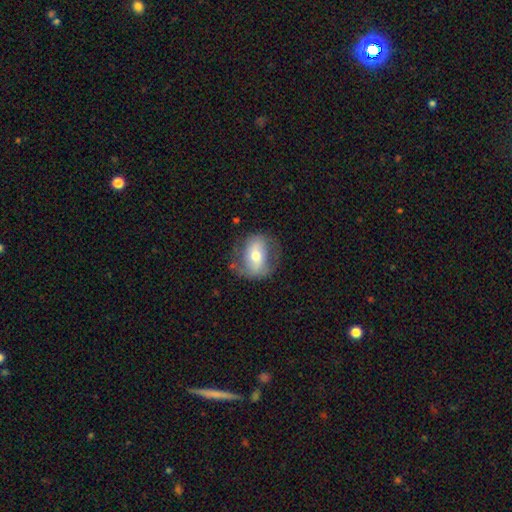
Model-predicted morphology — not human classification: This appears to be a smooth galaxy with no disk features (48%). Merging: none (65%).